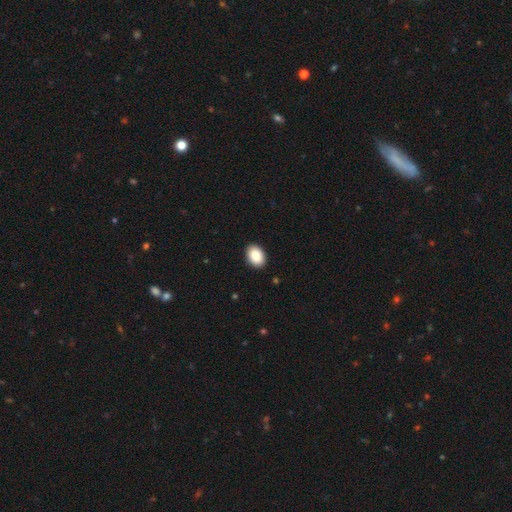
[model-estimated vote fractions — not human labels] This is clearly a smooth galaxy (89%). How rounded: clearly in between (82%). Merging: clearly none (91%).